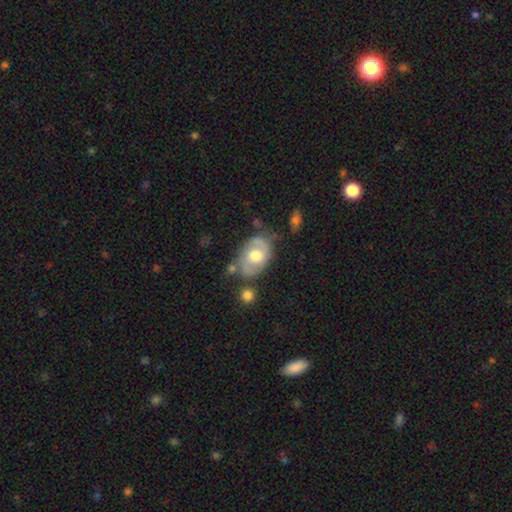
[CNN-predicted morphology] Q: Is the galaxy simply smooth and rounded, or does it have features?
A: featured or disk — 55%.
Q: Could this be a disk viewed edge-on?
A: no — 94%.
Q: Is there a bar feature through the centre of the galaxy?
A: no — 62%.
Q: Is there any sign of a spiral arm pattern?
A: yes — 60%.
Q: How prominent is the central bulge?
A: moderate — 67%.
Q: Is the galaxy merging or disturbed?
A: none — 57%.